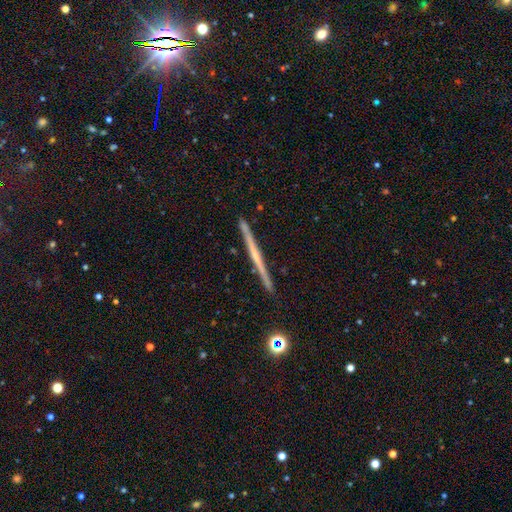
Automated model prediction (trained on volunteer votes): A featured or disk galaxy (69%) viewed edge-on (98%) with no central bulge (69%). Merging: none (91%).